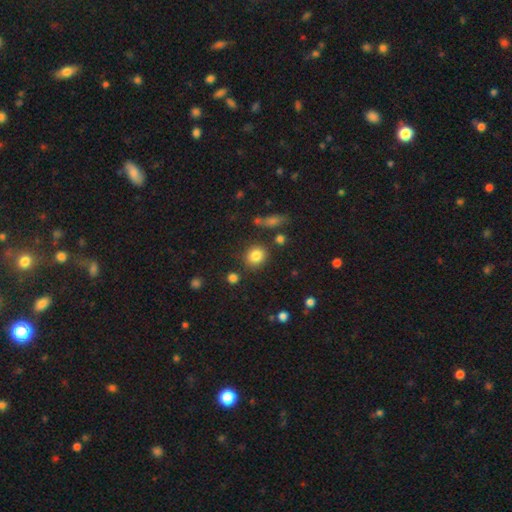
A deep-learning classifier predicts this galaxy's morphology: This appears to be a smooth galaxy with no disk features (83%) that is round (82%). Merging: none (83%).